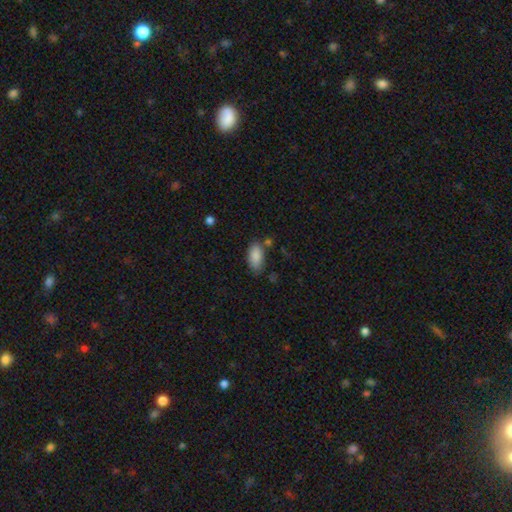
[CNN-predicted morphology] Smooth or featured? smooth (87%)
How rounded? in between (92%)
Merging? none (68%)